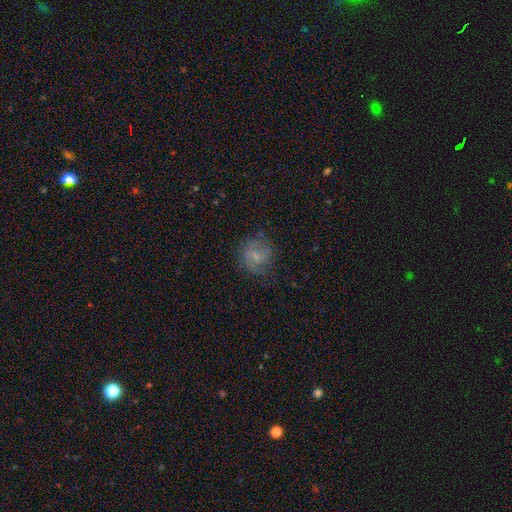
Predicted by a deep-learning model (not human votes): Smooth or featured: featured or disk — 52% (smooth — 39%)
Edge-on disk: no — 97% (yes — 3%)
Bar: weak — 48% (no — 42%)
Spiral arms: yes — 82% (no — 18%)
Bulge size: small — 54% (moderate — 27%)
Merging: none — 68% (minor disturbance — 20%)